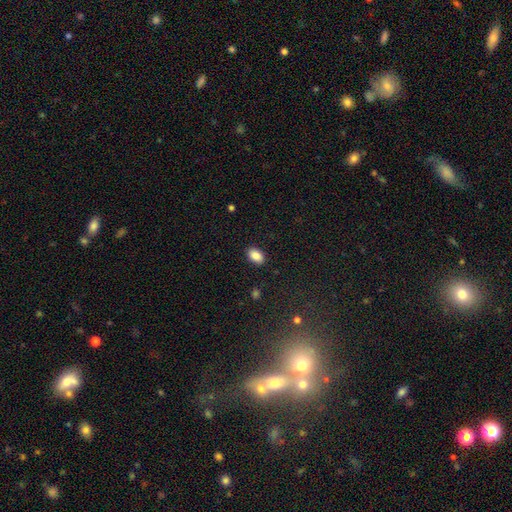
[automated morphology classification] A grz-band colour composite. It shows a smooth galaxy with no disk features (87%) that is in between round and cigar-shaped (89%). Merging: none (89%).